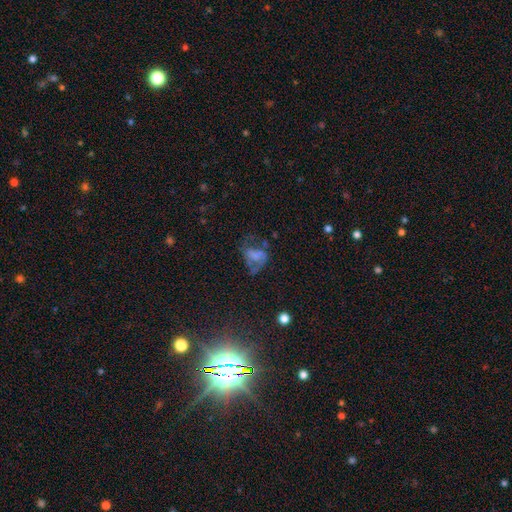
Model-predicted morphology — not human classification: A smooth galaxy with no disk features (42%, tied with featured or disk). Merging: major disturbance (46%).